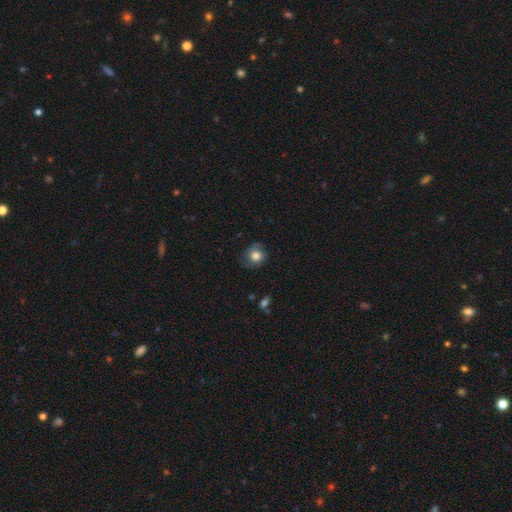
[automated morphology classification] Smooth or featured?
  - smooth: 77% *
  - featured or disk: 13%
  - star or artifact: 10%
How rounded?
  - round: 80% *
  - in between: 19%
  - cigar-shaped: 1%
Merging?
  - none: 69% *
  - minor disturbance: 23%
  - major disturbance: 7%
  - merger: 1%